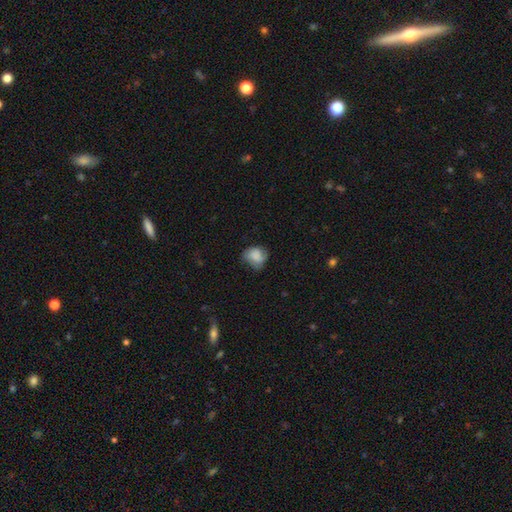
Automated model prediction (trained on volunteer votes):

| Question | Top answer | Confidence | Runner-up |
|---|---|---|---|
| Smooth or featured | smooth | 71% | featured or disk (21%) |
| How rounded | round | 57% | in between (42%) |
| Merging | none | 48% | minor disturbance (33%) |